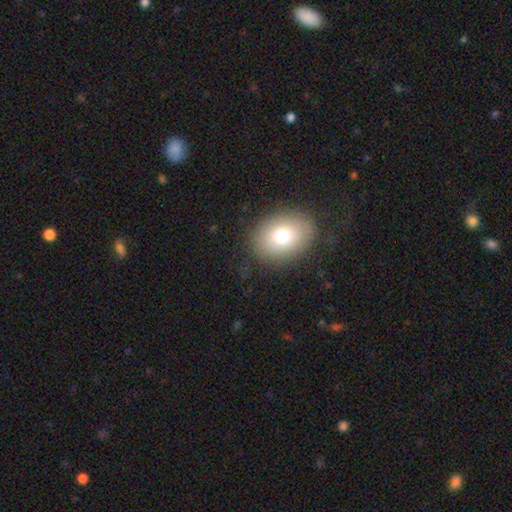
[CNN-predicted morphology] This appears to be a smooth galaxy with no disk features (73%) that is in between round and cigar-shaped (63%). Merging: none (84%).